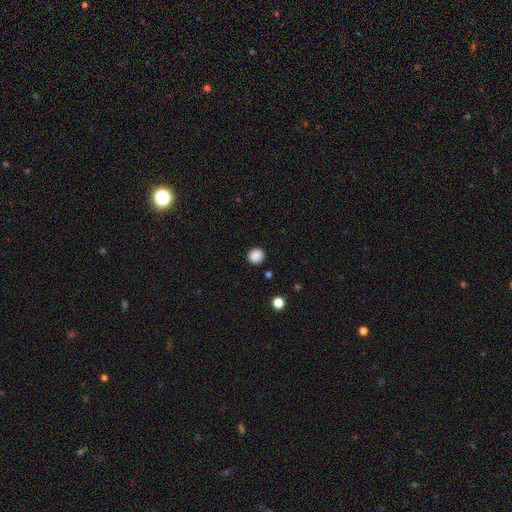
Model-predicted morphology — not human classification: This is clearly a smooth galaxy (87%). How rounded: clearly round (89%). Merging: clearly none (90%).